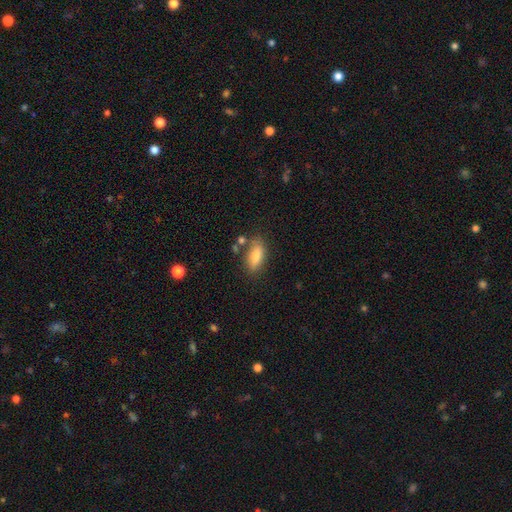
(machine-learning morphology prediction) type=smooth (79%); roundness=in between (78%); merging=none (75%).